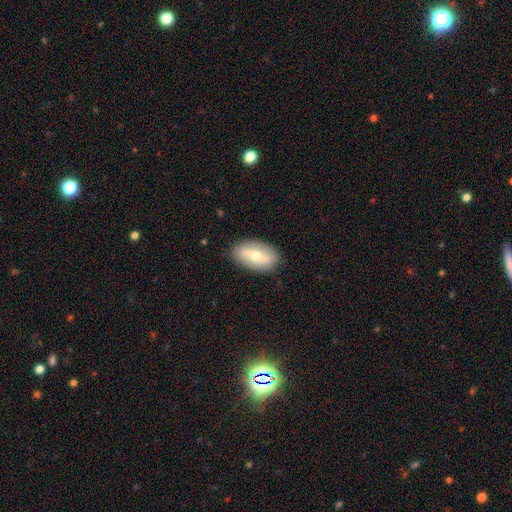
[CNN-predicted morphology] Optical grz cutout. It shows a smooth galaxy with no disk features (48%). Merging: none (86%).